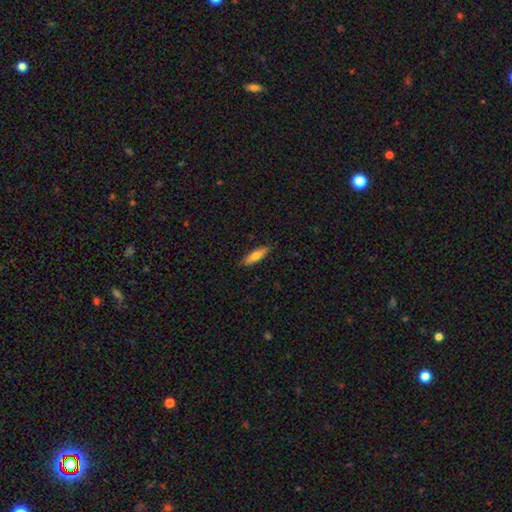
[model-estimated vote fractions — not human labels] The model was most divided on "how rounded": cigar-shaped: 68%, in between: 30%, round: 2%. More confident: merging — none (87%); smooth or featured — smooth (71%).